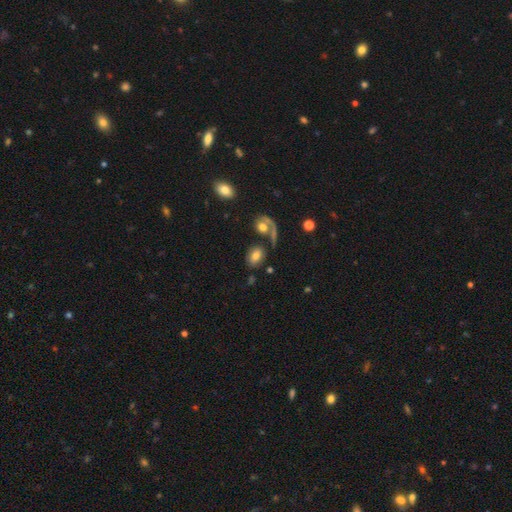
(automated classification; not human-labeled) Overall: smooth (71%). How rounded: in between (75%). Merging: none (63%).